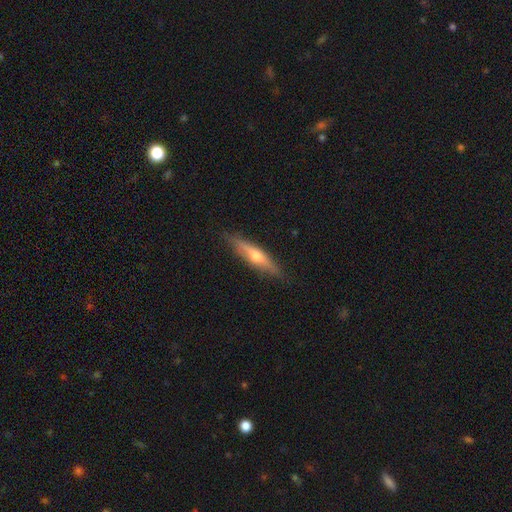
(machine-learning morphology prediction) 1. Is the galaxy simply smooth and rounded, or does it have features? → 54% featured or disk, 40% smooth, 6% star or artifact.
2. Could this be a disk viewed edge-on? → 91% yes, 9% no.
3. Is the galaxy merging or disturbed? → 85% none, 12% minor disturbance, 2% major disturbance, 1% merger.